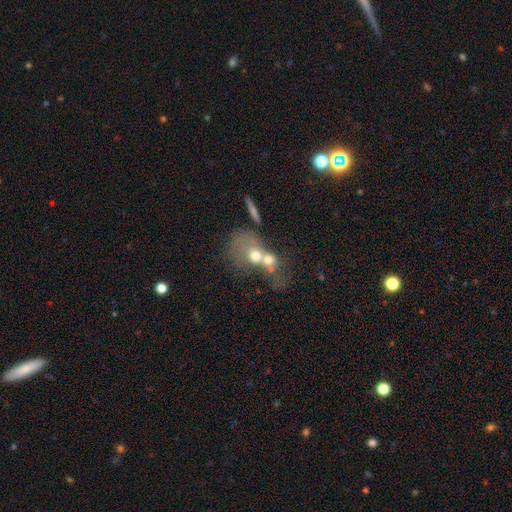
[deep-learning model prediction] smooth 56%, featured or disk 32%, star or artifact 12%. Down the decision tree: how rounded — round (59%); merging — merger (70%).